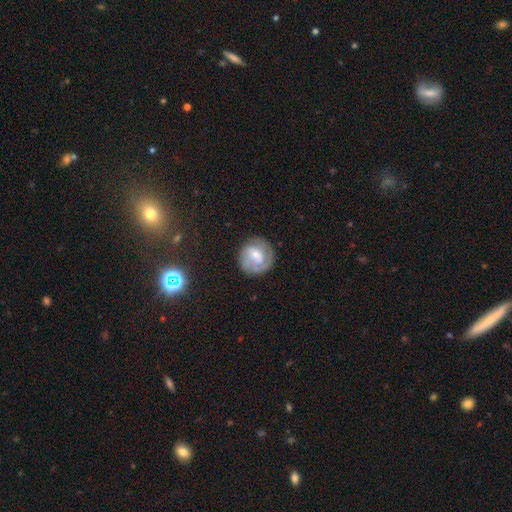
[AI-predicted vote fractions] smooth_or_featured: featured or disk (p=0.64) [alt: smooth p=0.28]
disk_edge_on: no (p=0.97) [alt: yes p=0.03]
bar: no (p=0.52) [alt: weak p=0.39]
has_spiral_arms: yes (p=0.84) [alt: no p=0.16]
spiral_winding: tight (p=0.52) [alt: medium p=0.35]
spiral_arm_count: can't tell (p=0.32) [alt: 2 p=0.30]
bulge_size: small (p=0.52) [alt: moderate p=0.38]
merging: none (p=0.73) [alt: minor disturbance p=0.17]